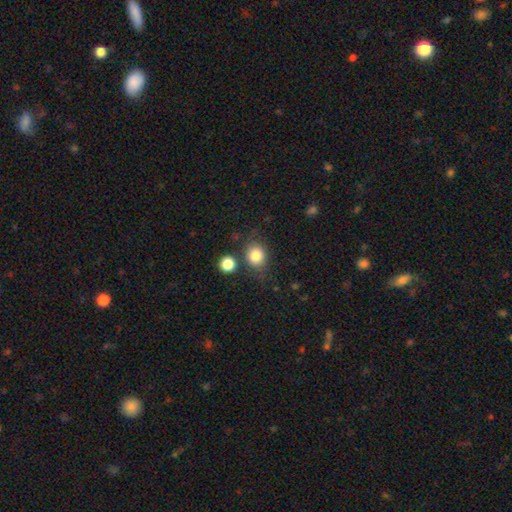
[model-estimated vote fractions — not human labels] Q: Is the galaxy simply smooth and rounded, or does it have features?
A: smooth — 83%.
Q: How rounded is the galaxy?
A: round — 68%.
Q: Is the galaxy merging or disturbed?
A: none — 72%.